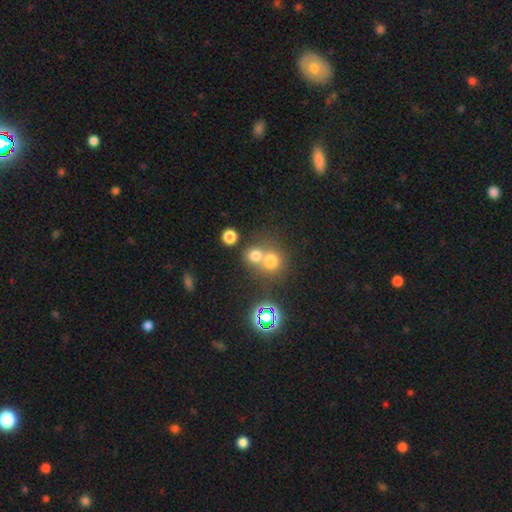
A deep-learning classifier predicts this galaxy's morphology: A smooth galaxy with no disk features (69%) that is round (83%). Merging: merger (50%).